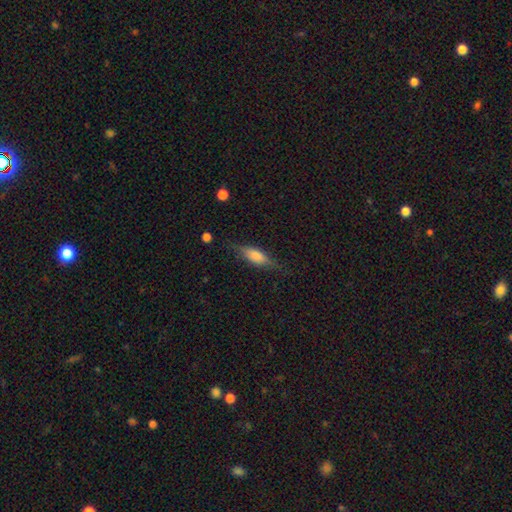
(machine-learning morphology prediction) Q: Smooth or featured?
A: smooth (61%); runner-up: featured or disk (31%)
Q: How rounded?
A: in between (53%); runner-up: cigar-shaped (44%)
Q: Merging?
A: none (76%); runner-up: minor disturbance (18%)